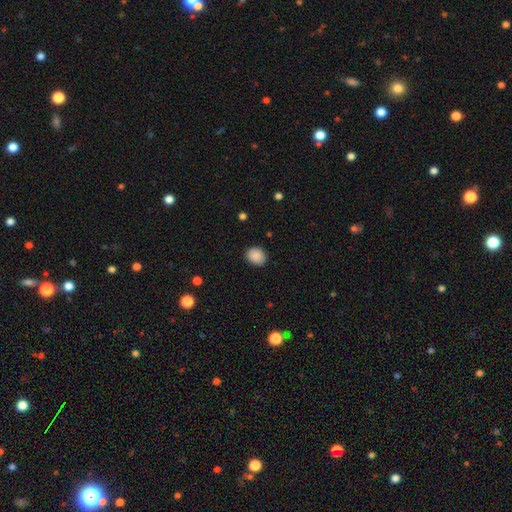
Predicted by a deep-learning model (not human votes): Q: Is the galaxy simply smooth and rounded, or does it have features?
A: smooth — 89%.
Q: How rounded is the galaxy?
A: round — 61%.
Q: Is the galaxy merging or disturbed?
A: none — 86%.